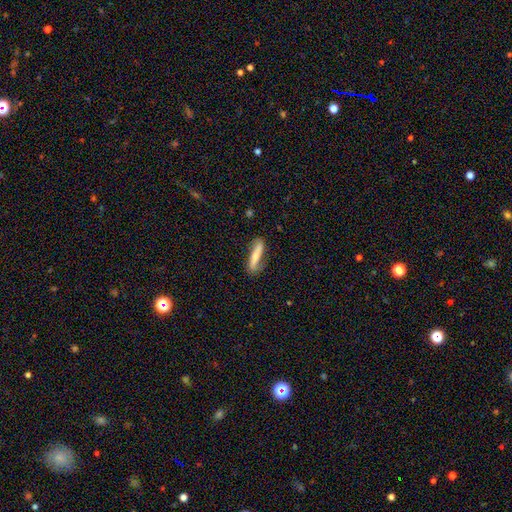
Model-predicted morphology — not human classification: smooth 66%, featured or disk 28%, star or artifact 6%. Down the decision tree: how rounded — cigar-shaped (83%); merging — none (73%).